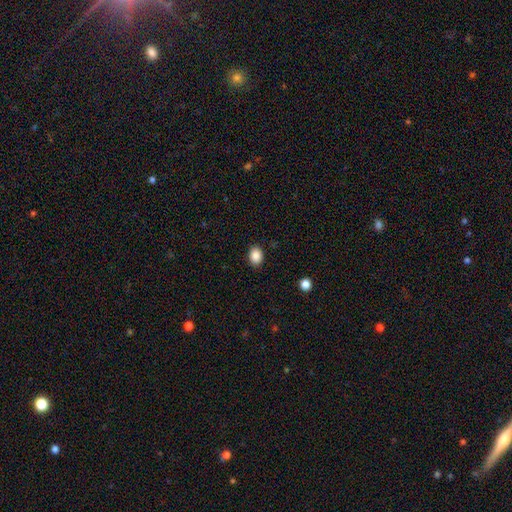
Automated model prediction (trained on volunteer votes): This is clearly a smooth galaxy (87%). How rounded: likely in between (64%). Merging: clearly none (90%).